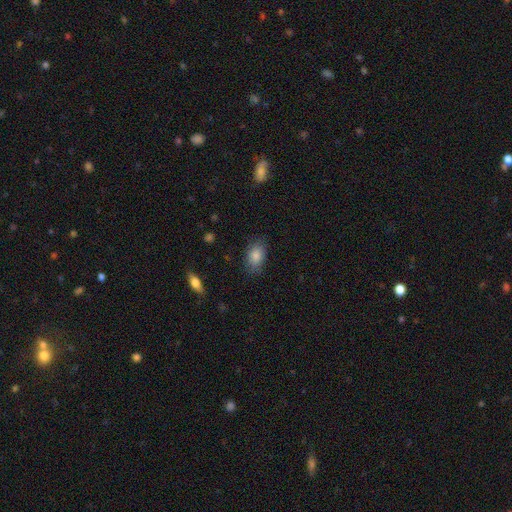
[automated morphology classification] Q: Smooth or featured?
A: smooth (85%); runner-up: star or artifact (8%)
Q: How rounded?
A: in between (87%); runner-up: round (10%)
Q: Merging?
A: none (79%); runner-up: minor disturbance (16%)